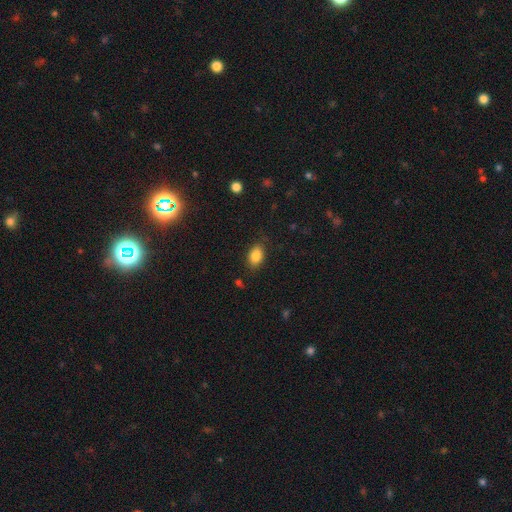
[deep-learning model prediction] smooth 84%, star or artifact 9%, featured or disk 7%. Down the decision tree: how rounded — in between (86%); merging — none (82%).